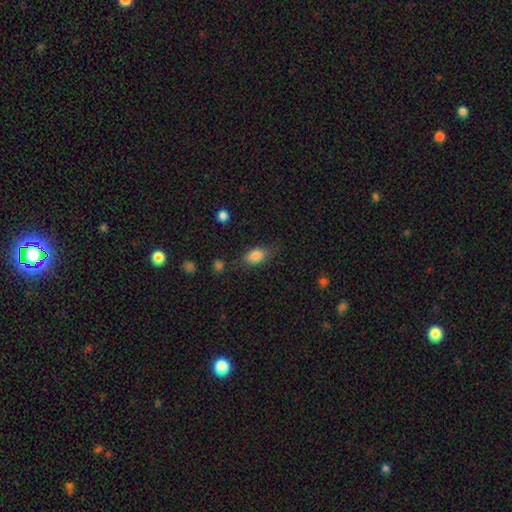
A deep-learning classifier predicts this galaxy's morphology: Overall: smooth (83%). How rounded: in between (83%). Merging: none (71%).